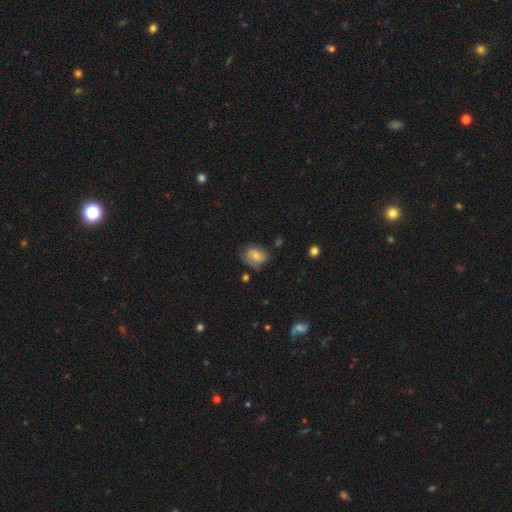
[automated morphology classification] Smooth or featured? smooth (65%)
How rounded? in between (58%)
Merging? none (50%)